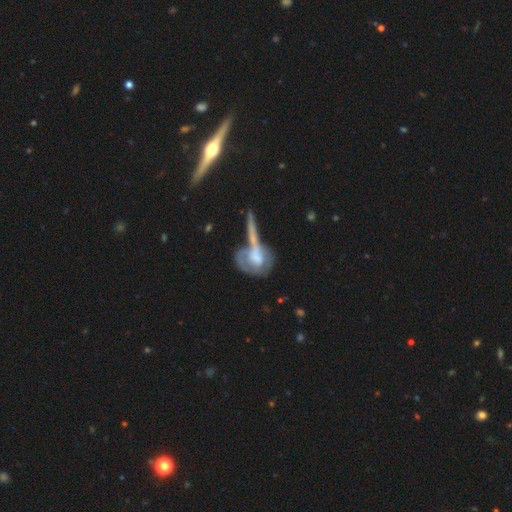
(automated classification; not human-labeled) Smooth or featured? featured or disk (49%)
Merging? merger (44%)